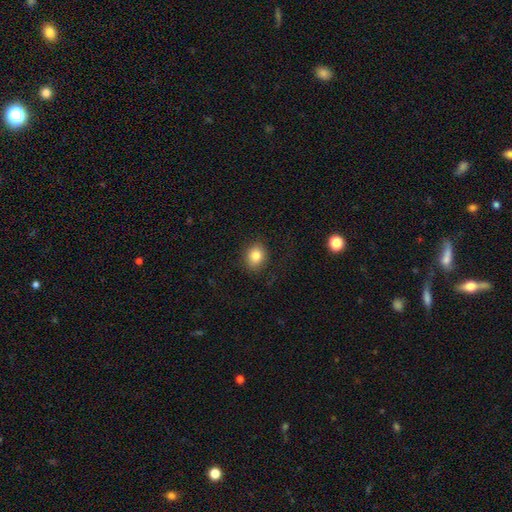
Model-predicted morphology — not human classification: A smooth galaxy with no disk features (84%) that is round (59%). Merging: none (86%).